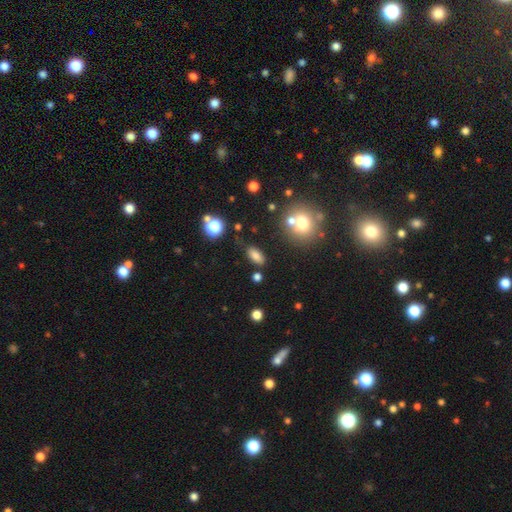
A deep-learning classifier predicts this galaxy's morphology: The model was most divided on "merging": none: 78%, minor disturbance: 13%, merger: 5%, major disturbance: 4%. More confident: how rounded — in between (85%); smooth or featured — smooth (78%).